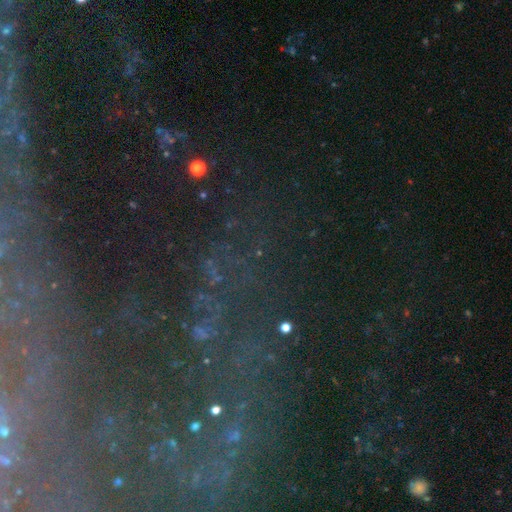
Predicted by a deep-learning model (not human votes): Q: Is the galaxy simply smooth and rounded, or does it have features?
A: star or artifact — 60%.